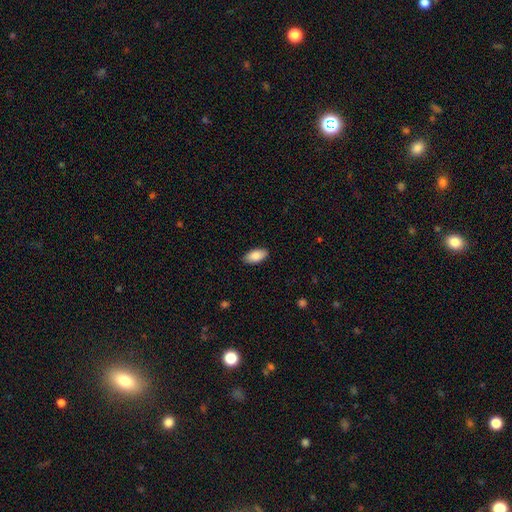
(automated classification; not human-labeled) Smooth or featured?
  - smooth: 87% *
  - featured or disk: 7%
  - star or artifact: 6%
How rounded?
  - in between: 94% *
  - cigar-shaped: 4%
  - round: 2%
Merging?
  - none: 88% *
  - minor disturbance: 9%
  - major disturbance: 2%
  - merger: 1%